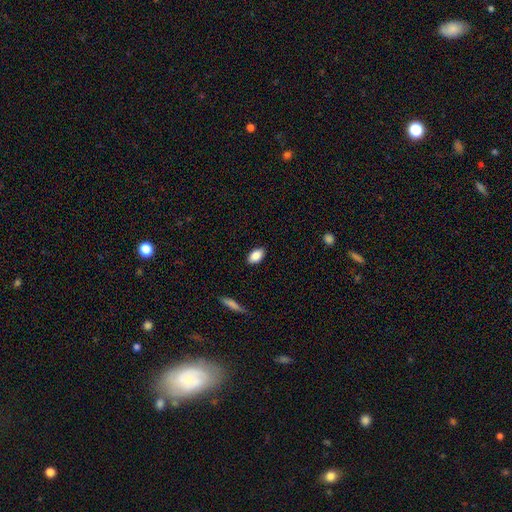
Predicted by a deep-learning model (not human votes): Morphology: type=smooth (86%); roundness=in between (91%); merging=none (87%).